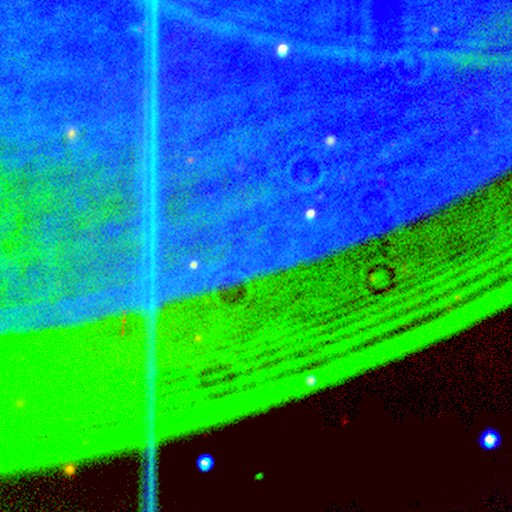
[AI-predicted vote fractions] Q: Smooth or featured?
A: star or artifact (80%); runner-up: featured or disk (10%)